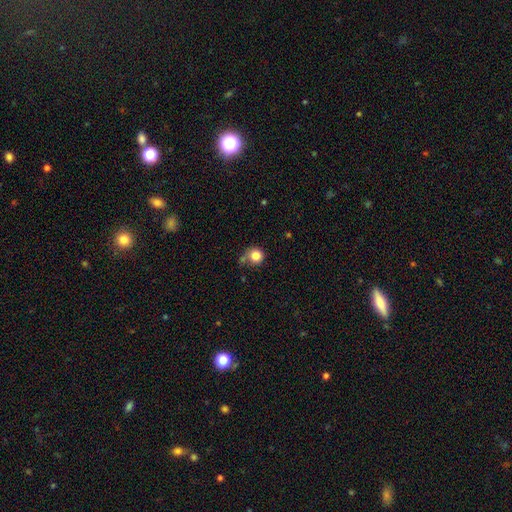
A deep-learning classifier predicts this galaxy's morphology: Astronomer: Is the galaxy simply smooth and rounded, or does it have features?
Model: smooth — 82%.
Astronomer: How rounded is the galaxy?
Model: round — 91%.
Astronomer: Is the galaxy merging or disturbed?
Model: none — 64%.